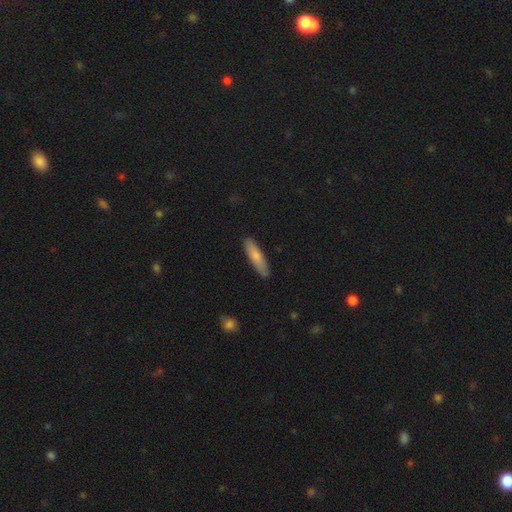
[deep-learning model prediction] smooth 79%, featured or disk 16%, star or artifact 5%. Down the decision tree: how rounded — cigar-shaped (73%); merging — none (88%).